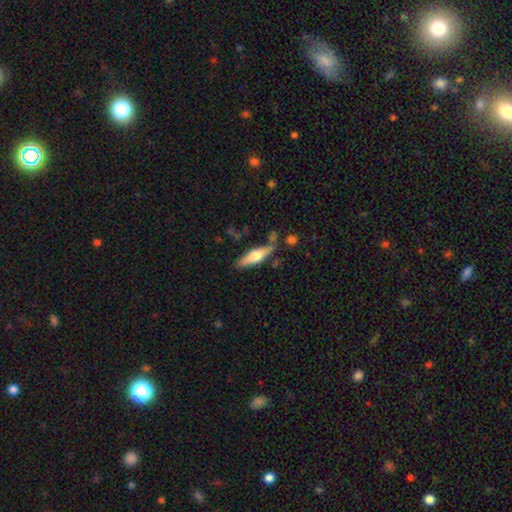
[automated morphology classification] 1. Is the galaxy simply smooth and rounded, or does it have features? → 50% featured or disk, 45% smooth, 6% star or artifact.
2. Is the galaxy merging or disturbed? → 74% none, 15% minor disturbance, 7% merger, 4% major disturbance.